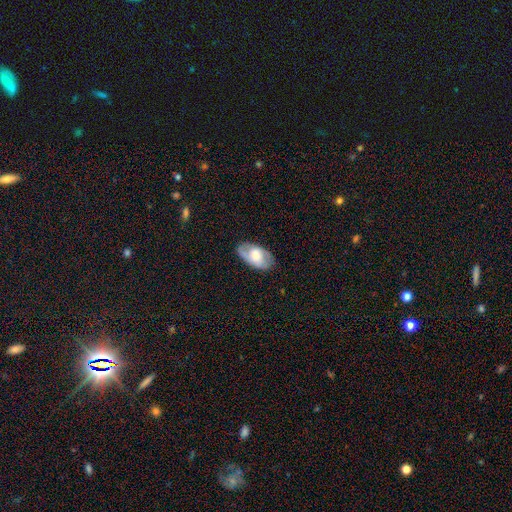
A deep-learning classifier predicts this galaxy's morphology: Smooth or featured? featured or disk (53%)
Edge-on disk? no (91%)
Merging? none (78%)